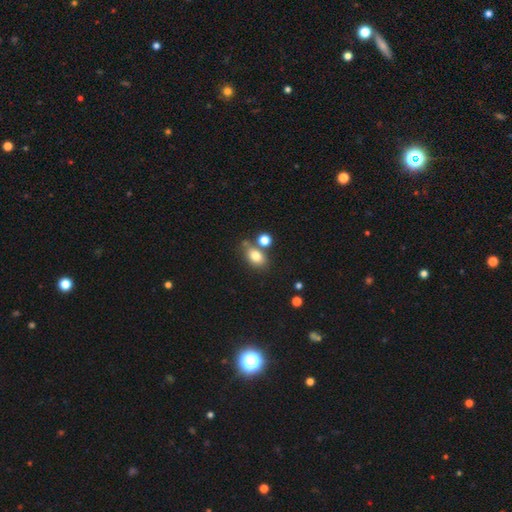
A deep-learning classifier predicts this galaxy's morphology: Smooth or featured? smooth (79%)
How rounded? in between (75%)
Merging? none (61%)